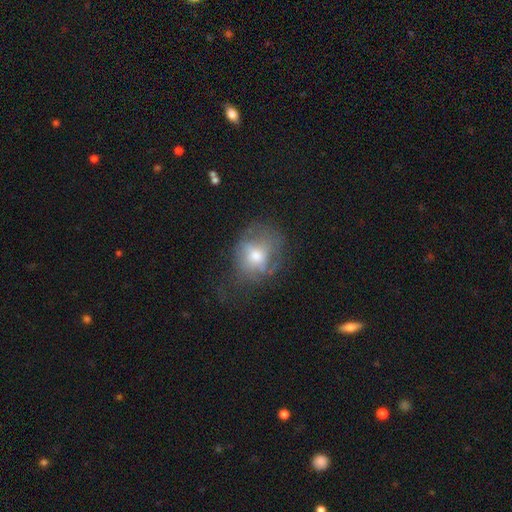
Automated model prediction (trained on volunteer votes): smooth_or_featured: smooth (p=0.51) [alt: featured or disk p=0.38]
how_rounded: round (p=0.50) [alt: in between p=0.49]
merging: none (p=0.37) [alt: major disturbance p=0.34]